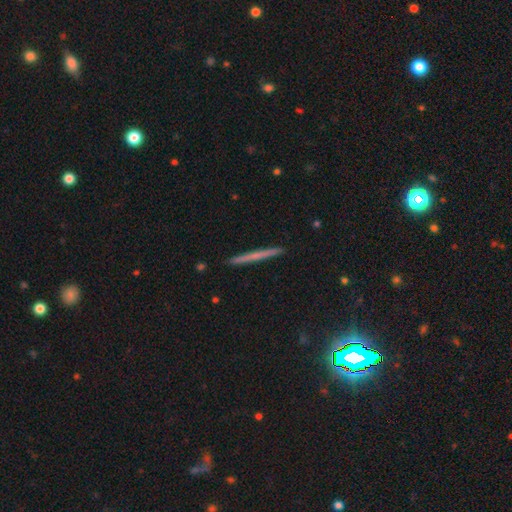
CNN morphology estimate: Q: Smooth or featured?
A: smooth (48%); runner-up: featured or disk (45%)
Q: Merging?
A: none (93%); runner-up: minor disturbance (5%)